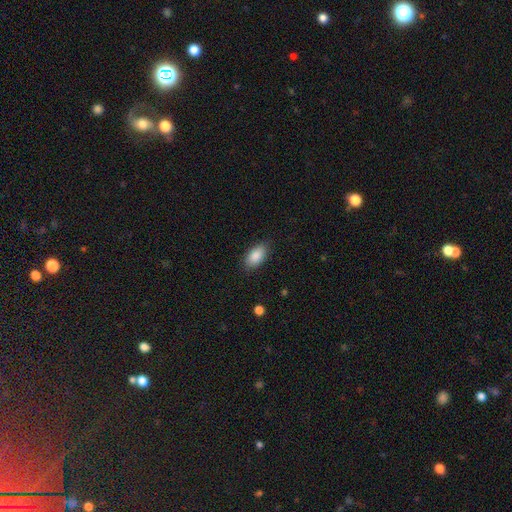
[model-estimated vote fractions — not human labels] This appears to be a smooth galaxy with no disk features (88%) that is in between round and cigar-shaped (93%). Merging: none (85%).